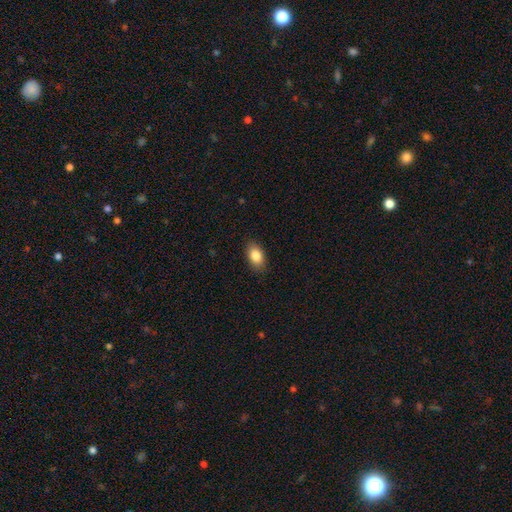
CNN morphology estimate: smooth_or_featured: smooth (p=0.85) [alt: featured or disk p=0.08]
how_rounded: in between (p=0.89) [alt: round p=0.09]
merging: none (p=0.87) [alt: minor disturbance p=0.10]